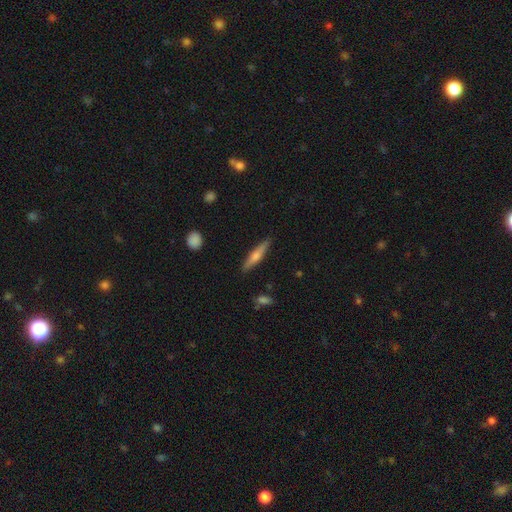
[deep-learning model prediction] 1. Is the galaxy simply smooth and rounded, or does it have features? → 52% featured or disk, 41% smooth, 7% star or artifact.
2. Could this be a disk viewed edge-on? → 96% yes, 4% no.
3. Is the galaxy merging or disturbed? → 89% none, 8% minor disturbance, 2% major disturbance, 1% merger.